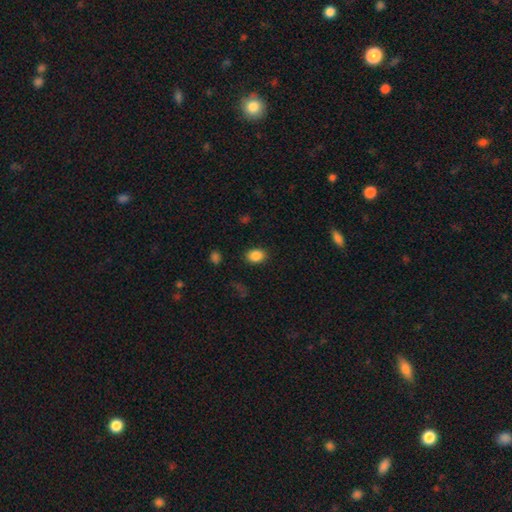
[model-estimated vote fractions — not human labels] smooth 87%, star or artifact 9%, featured or disk 4%. Down the decision tree: how rounded — in between (70%); merging — none (87%).